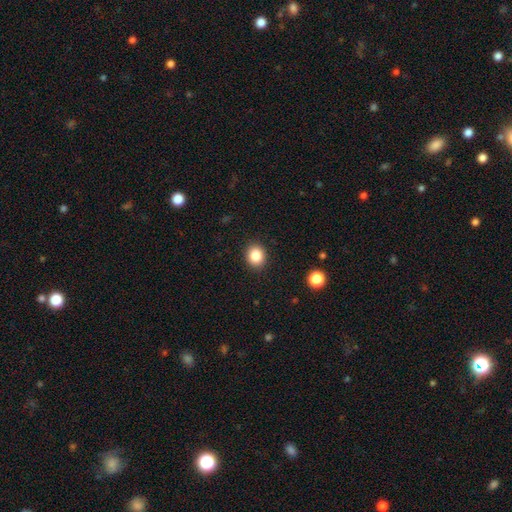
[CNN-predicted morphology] Smooth or featured: smooth — 85% (star or artifact — 10%)
How rounded: round — 72% (in between — 27%)
Merging: none — 91% (minor disturbance — 6%)